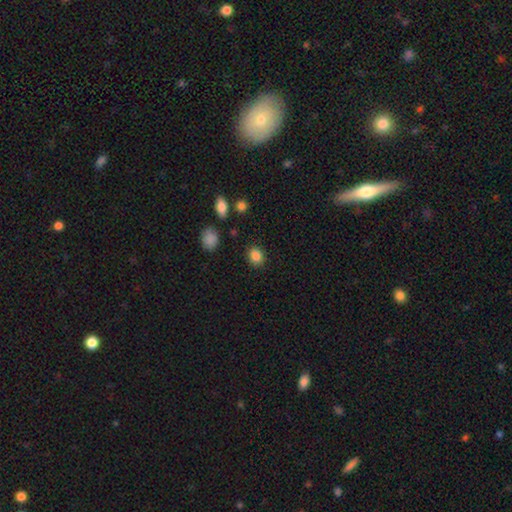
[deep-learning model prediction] Smooth or featured? Predicted: smooth (p=0.86). How rounded? Predicted: round (p=0.66). Merging? Predicted: none (p=0.87).